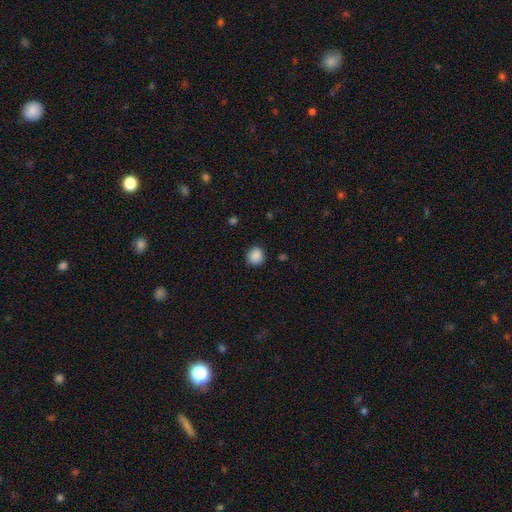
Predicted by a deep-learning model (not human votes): Smooth or featured?
  - smooth: 88% *
  - star or artifact: 9%
  - featured or disk: 3%
How rounded?
  - round: 91% *
  - in between: 8%
  - cigar-shaped: 1%
Merging?
  - none: 88% *
  - minor disturbance: 9%
  - major disturbance: 2%
  - merger: 1%